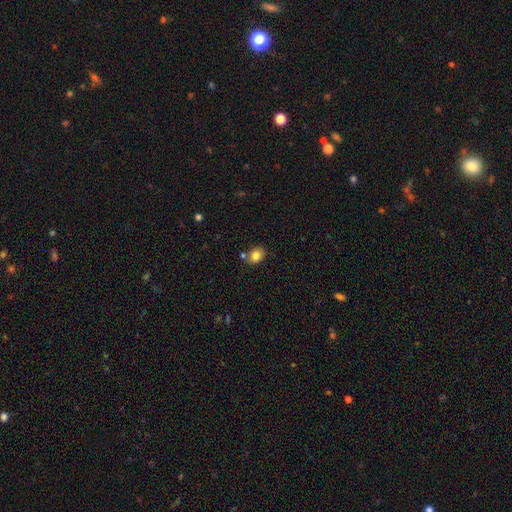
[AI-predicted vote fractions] Q: Smooth or featured?
A: smooth (82%); runner-up: star or artifact (10%)
Q: How rounded?
A: in between (56%); runner-up: round (43%)
Q: Merging?
A: none (70%); runner-up: minor disturbance (14%)